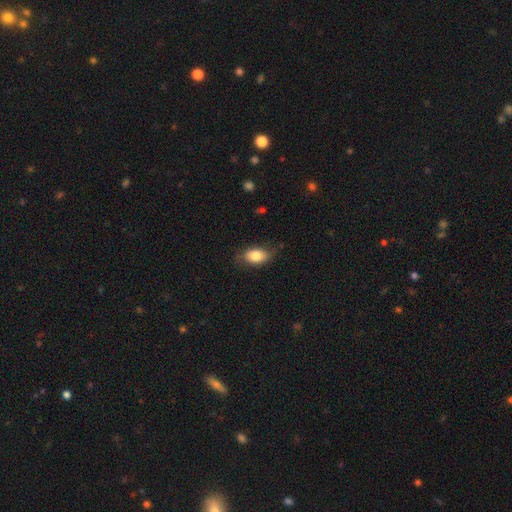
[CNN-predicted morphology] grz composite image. It shows a smooth galaxy with no disk features (82%) that is in between round and cigar-shaped (88%). Merging: none (74%).